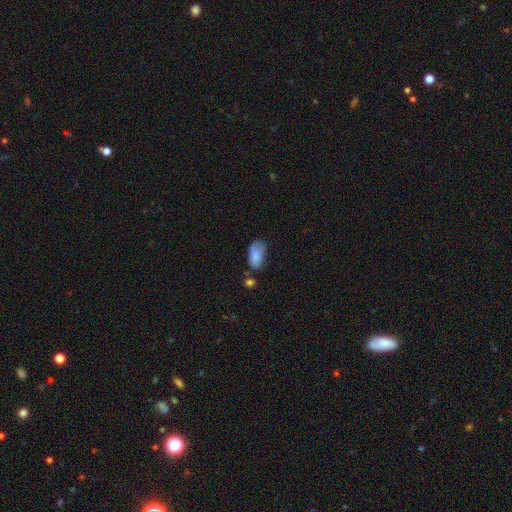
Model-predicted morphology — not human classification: Smooth or featured?
  - smooth: 83% *
  - featured or disk: 10%
  - star or artifact: 7%
How rounded?
  - in between: 92% *
  - round: 4%
  - cigar-shaped: 3%
Merging?
  - none: 49% *
  - minor disturbance: 32%
  - major disturbance: 10%
  - merger: 9%